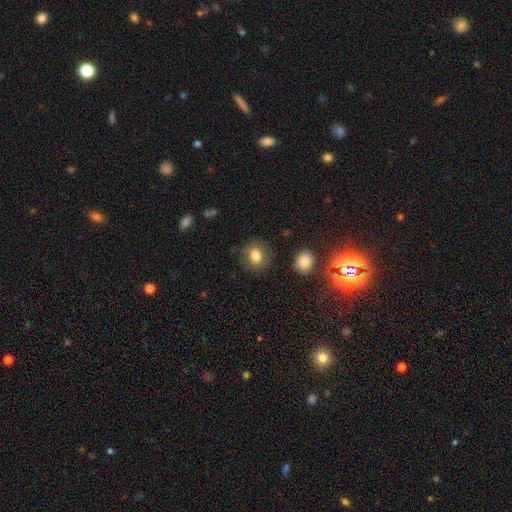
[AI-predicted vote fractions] The model was most divided on "how rounded": round: 70%, in between: 29%, cigar-shaped: 1%. More confident: merging — none (82%); smooth or featured — smooth (80%).